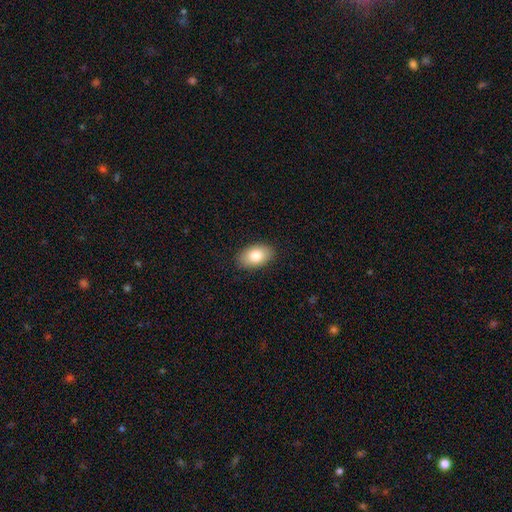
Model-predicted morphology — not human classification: smooth_or_featured: smooth (p=0.82) [alt: featured or disk p=0.11]
how_rounded: in between (p=0.92) [alt: round p=0.07]
merging: none (p=0.89) [alt: minor disturbance p=0.09]